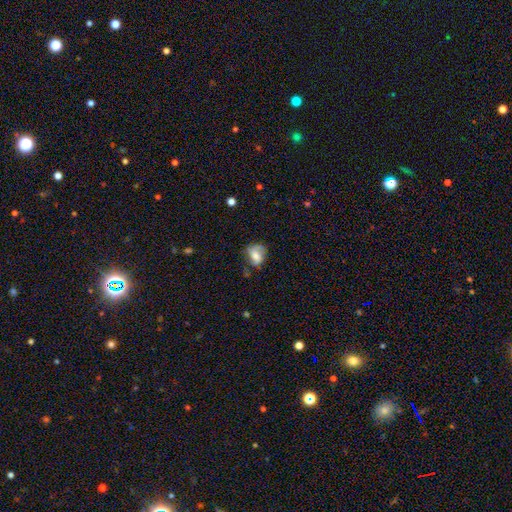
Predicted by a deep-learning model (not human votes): Smooth or featured: smooth — 61% (featured or disk — 30%)
How rounded: in between — 56% (round — 43%)
Merging: none — 47% (minor disturbance — 33%)